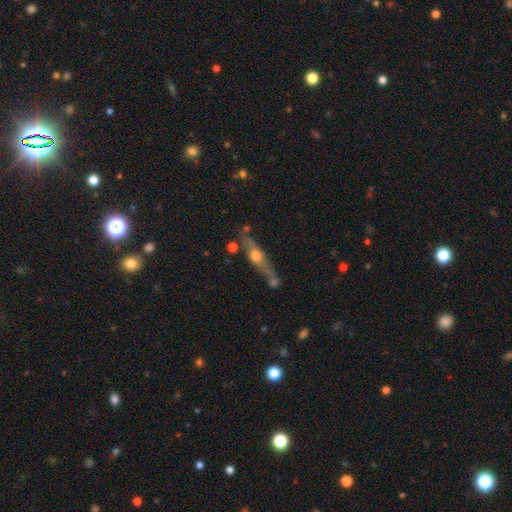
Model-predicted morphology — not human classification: Overall: featured or disk (65%; smooth 28%). Edge-on disk: yes (85%). Edge-on bulge: rounded (92%). Merging: none (60%).